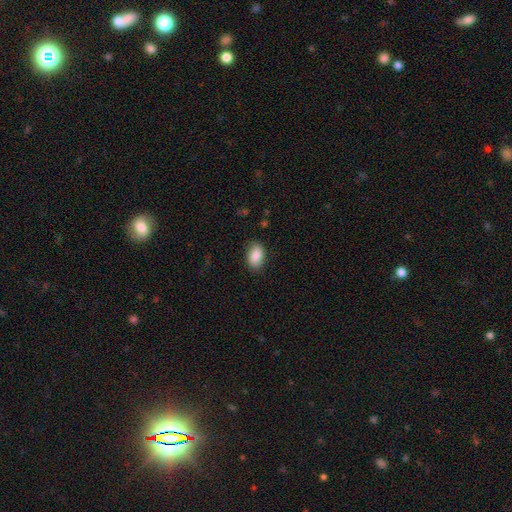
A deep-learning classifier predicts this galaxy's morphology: This is clearly a smooth galaxy (86%). How rounded: clearly in between (89%). Merging: clearly none (84%).